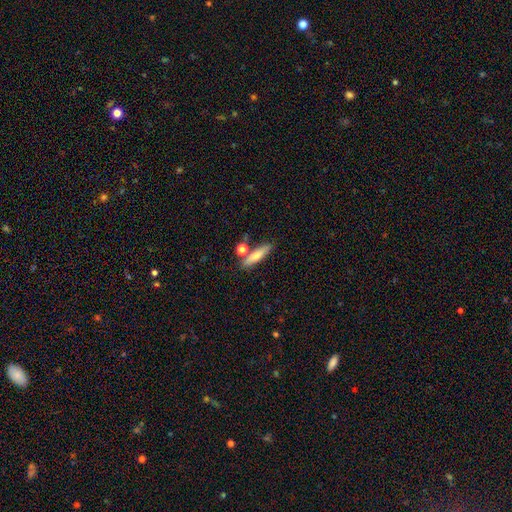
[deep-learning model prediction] This appears to be a smooth galaxy with no disk features (67%) that is cigar-shaped (72%). Merging: none (70%).